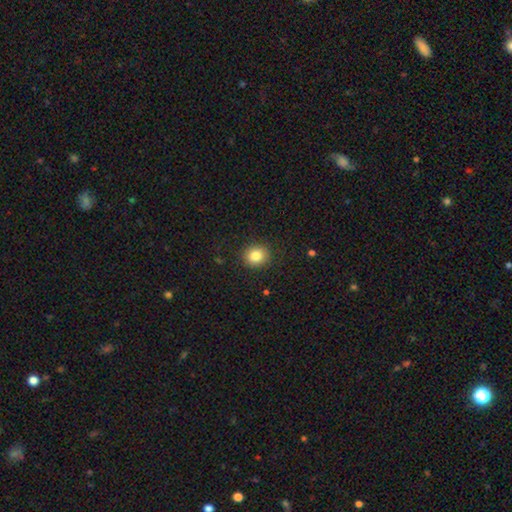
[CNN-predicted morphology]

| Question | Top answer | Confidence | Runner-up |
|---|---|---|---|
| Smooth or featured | smooth | 83% | star or artifact (10%) |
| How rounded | round | 83% | in between (17%) |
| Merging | none | 89% | minor disturbance (7%) |